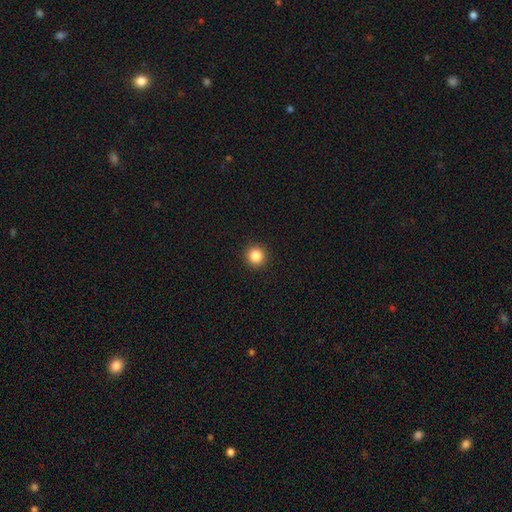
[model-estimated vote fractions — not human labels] Morphology: type=smooth (86%); roundness=round (95%); merging=none (93%).